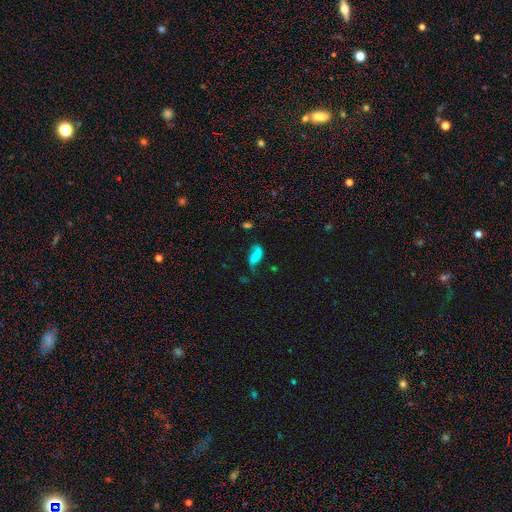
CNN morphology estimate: Smooth or featured?
  - smooth: 47% *
  - featured or disk: 40%
  - star or artifact: 13%
Merging?
  - none: 41% *
  - minor disturbance: 27%
  - major disturbance: 25%
  - merger: 7%